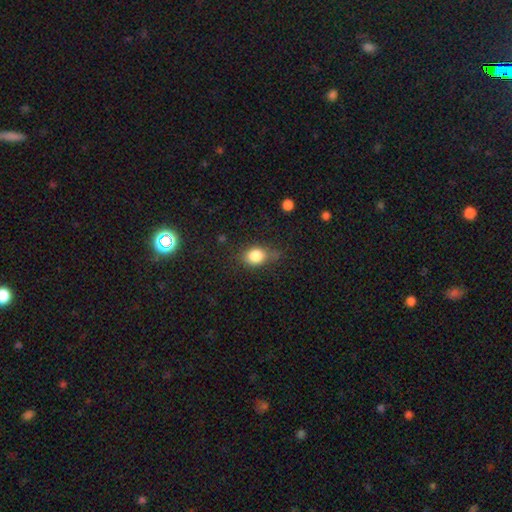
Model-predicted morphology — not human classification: A smooth galaxy with no disk features (83%) that is in between round and cigar-shaped (55%). Merging: none (59%).